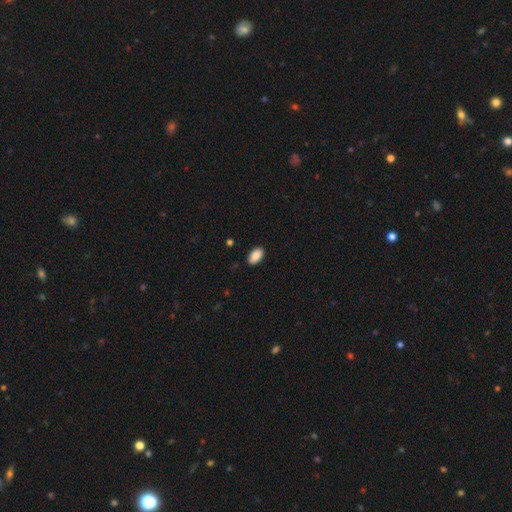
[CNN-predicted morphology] smooth-or-featured: smooth: 89% | star or artifact: 7% | featured or disk: 4%
  how-rounded: in between: 94% | round: 4% | cigar-shaped: 2%
  merging: none: 88% | minor disturbance: 9% | major disturbance: 2% | merger: 1%